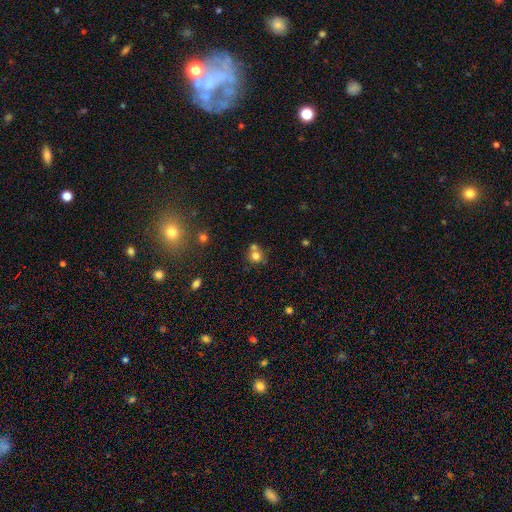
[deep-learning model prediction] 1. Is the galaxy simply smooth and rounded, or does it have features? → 73% smooth, 14% star or artifact, 12% featured or disk.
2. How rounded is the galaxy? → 82% round, 17% in between, 1% cigar-shaped.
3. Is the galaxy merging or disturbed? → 48% none, 38% merger, 10% minor disturbance, 4% major disturbance.